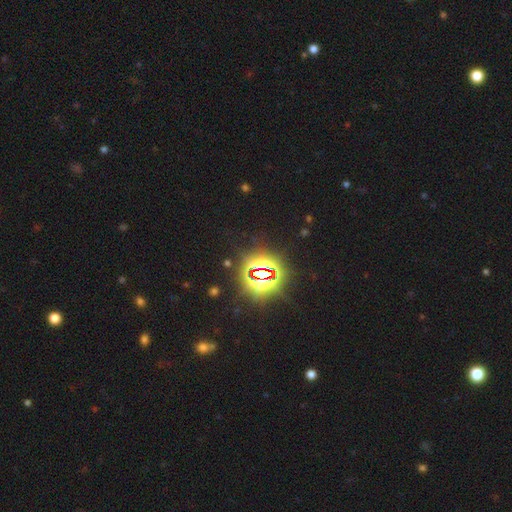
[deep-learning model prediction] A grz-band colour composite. It shows a star or artifact, not a galaxy (84%).